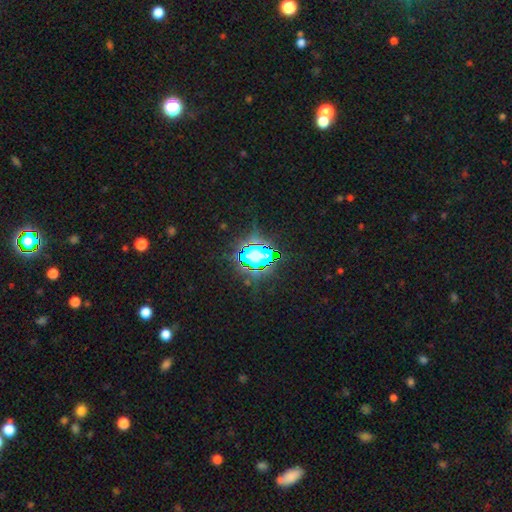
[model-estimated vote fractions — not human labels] Smooth or featured?
  - star or artifact: 65% *
  - smooth: 22%
  - featured or disk: 13%